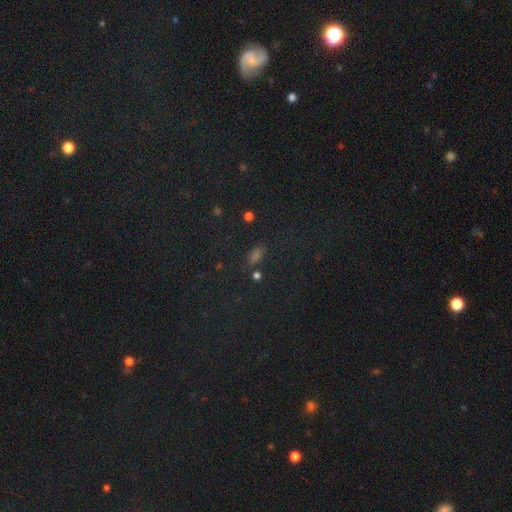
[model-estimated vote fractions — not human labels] A smooth galaxy with no disk features (57%) that is in between round and cigar-shaped (80%). Merging: none (73%).